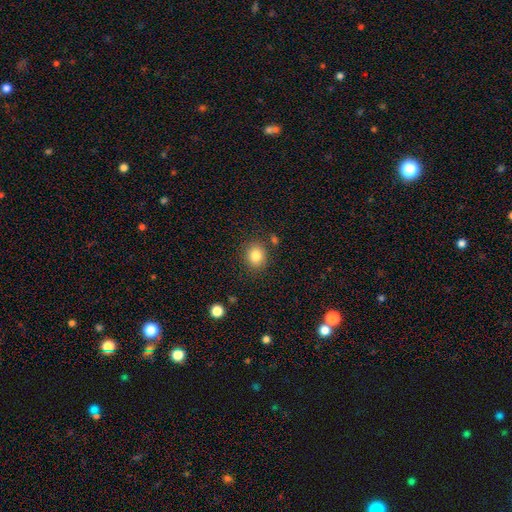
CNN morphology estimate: Smooth or featured? smooth (83%)
How rounded? round (70%)
Merging? none (84%)